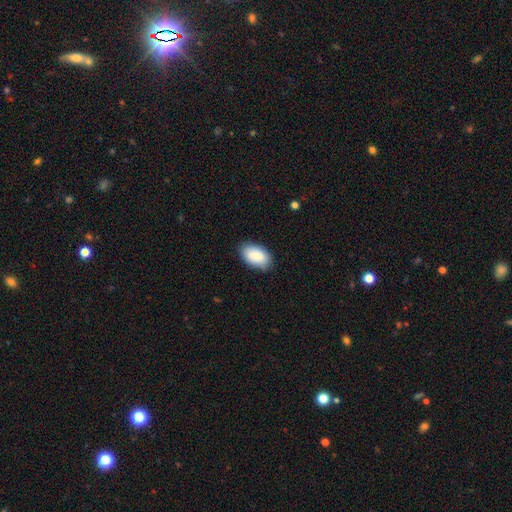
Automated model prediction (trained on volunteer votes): Overall: smooth (89%). How rounded: in between (94%). Merging: none (83%).